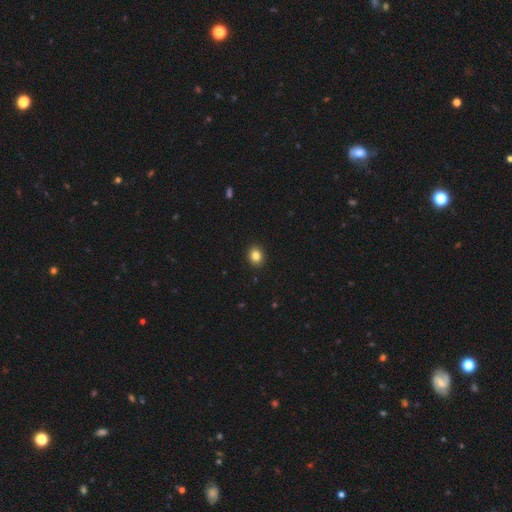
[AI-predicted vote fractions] This is clearly a smooth galaxy (84%). How rounded: likely round (66%). Merging: clearly none (92%).